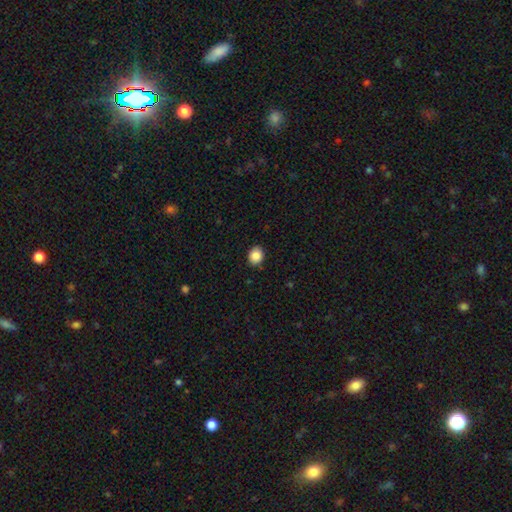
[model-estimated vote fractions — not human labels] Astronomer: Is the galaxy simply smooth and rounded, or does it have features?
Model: smooth — 87%.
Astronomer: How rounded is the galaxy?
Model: round — 63%.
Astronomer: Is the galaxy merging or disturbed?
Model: none — 89%.